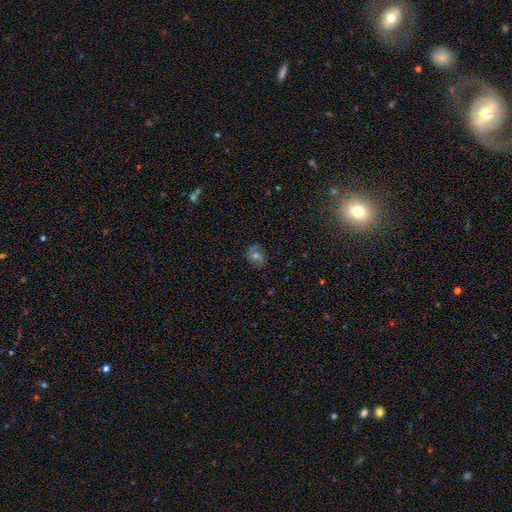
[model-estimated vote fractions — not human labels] The model was most divided on "smooth or featured": smooth: 41%, featured or disk: 36%, star or artifact: 23%. More confident: merging — none (74%).